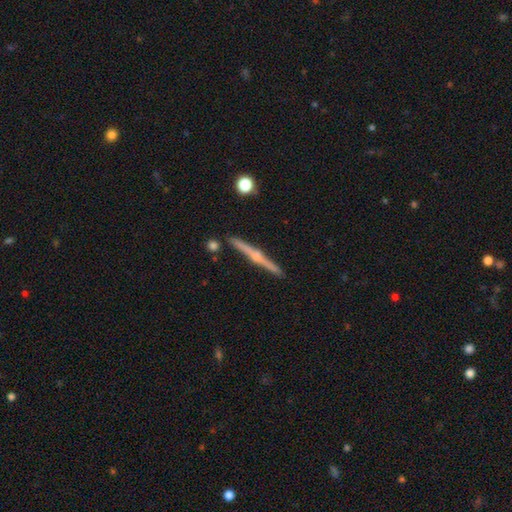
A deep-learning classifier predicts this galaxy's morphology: This is likely a featured or disk galaxy (78%). It is clearly viewed edge-on (98%). Edge-on bulge: clearly rounded (85%). Merging: clearly none (90%).